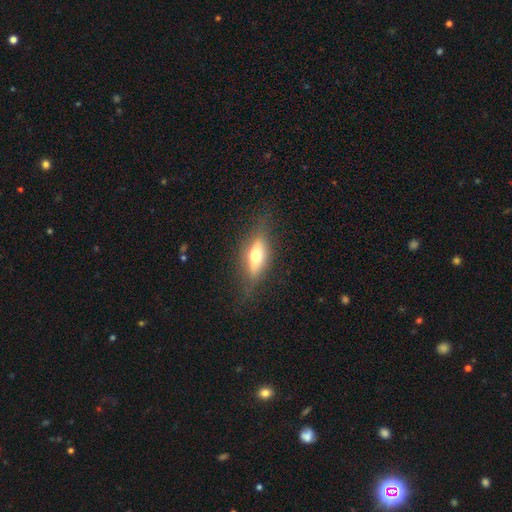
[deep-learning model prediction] Smooth or featured: smooth — 52% (featured or disk — 40%)
How rounded: in between — 66% (cigar-shaped — 28%)
Merging: none — 77% (minor disturbance — 16%)